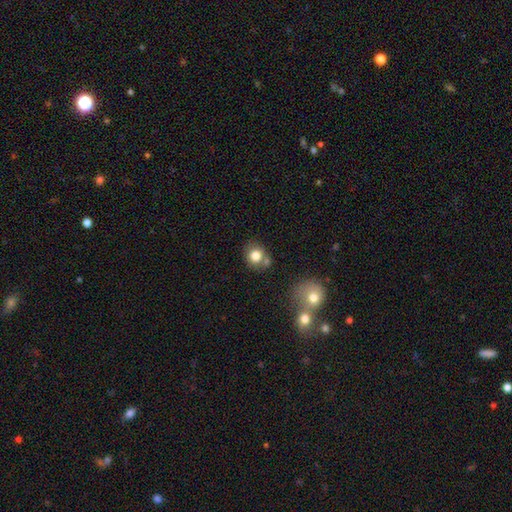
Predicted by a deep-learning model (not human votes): This appears to be a smooth galaxy with no disk features (80%) that is round (77%). Merging: none (61%).